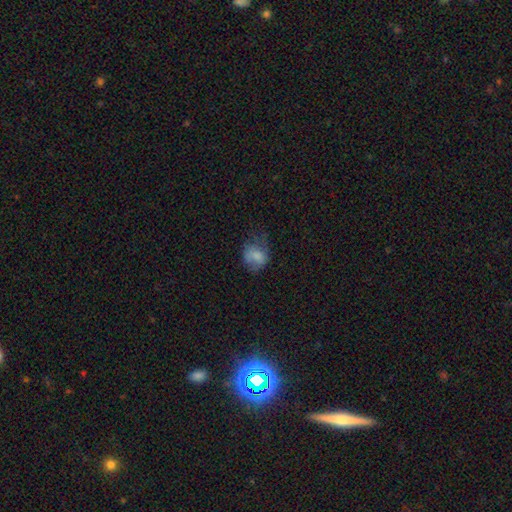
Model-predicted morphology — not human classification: Smooth or featured? Predicted: smooth (p=0.69). How rounded? Predicted: round (p=0.54). Merging? Predicted: none (p=0.38).